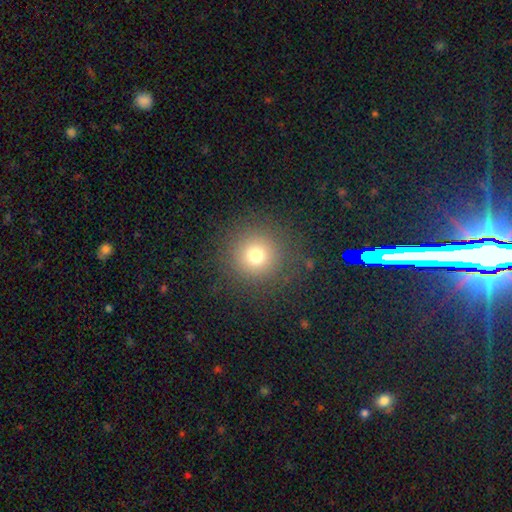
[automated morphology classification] smooth-or-featured: smooth: 73% | star or artifact: 17% | featured or disk: 10%
  how-rounded: round: 95% | in between: 4% | cigar-shaped: 1%
  merging: none: 86% | minor disturbance: 7% | major disturbance: 5% | merger: 1%